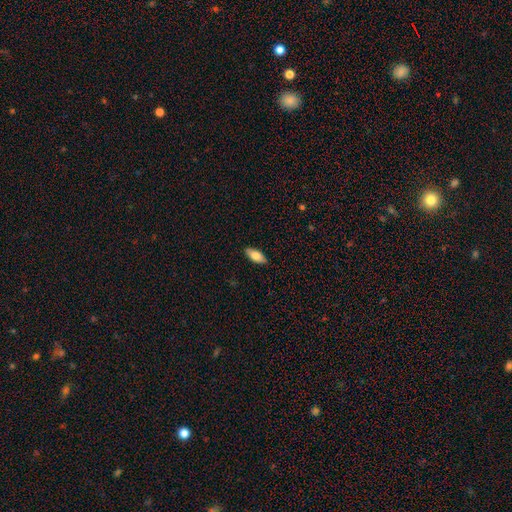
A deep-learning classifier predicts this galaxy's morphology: A smooth galaxy with no disk features (80%) that is in between round and cigar-shaped (86%).

Vote fractions:
- Smooth or featured? smooth: 80% / featured or disk: 14% / star or artifact: 6%
- How rounded? in between: 86% / cigar-shaped: 12% / round: 2%
- Merging? none: 88% / minor disturbance: 9% / major disturbance: 2% / merger: 1%